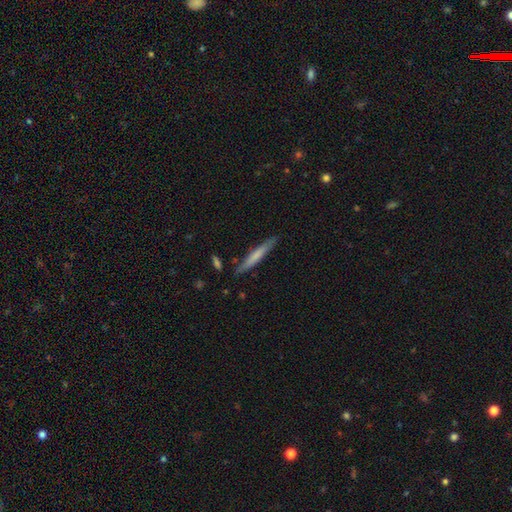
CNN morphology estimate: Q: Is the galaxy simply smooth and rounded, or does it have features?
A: smooth — 60%.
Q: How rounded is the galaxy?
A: cigar-shaped — 94%.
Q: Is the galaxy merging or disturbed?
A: none — 84%.